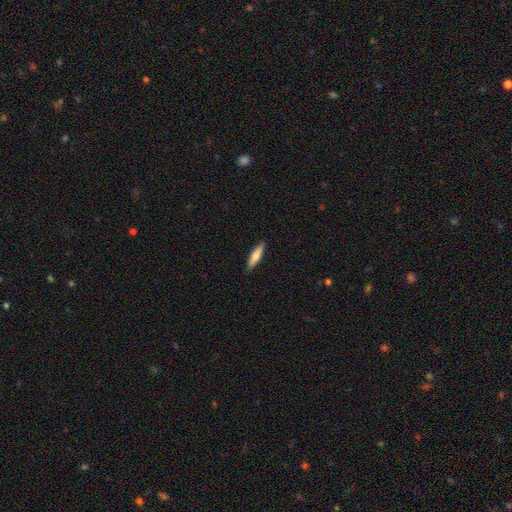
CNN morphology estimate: Smooth or featured? smooth (72%)
How rounded? cigar-shaped (78%)
Merging? none (89%)